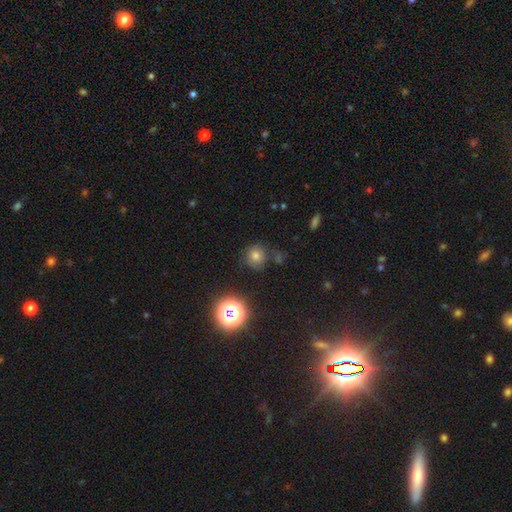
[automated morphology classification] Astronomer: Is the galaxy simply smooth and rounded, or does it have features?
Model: smooth — 70%.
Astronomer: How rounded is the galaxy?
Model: round — 90%.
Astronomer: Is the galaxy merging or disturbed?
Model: none — 78%.